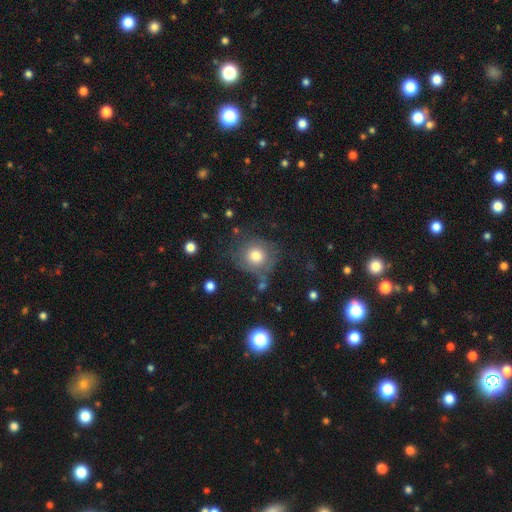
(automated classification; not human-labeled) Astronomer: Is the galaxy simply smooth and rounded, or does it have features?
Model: smooth — 74%.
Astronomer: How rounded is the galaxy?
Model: round — 89%.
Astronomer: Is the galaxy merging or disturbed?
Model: none — 63%.